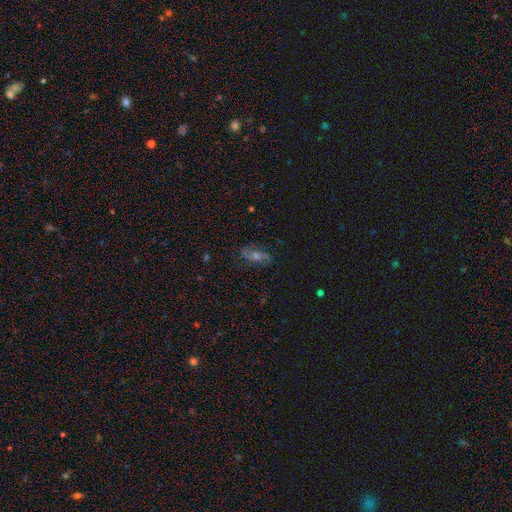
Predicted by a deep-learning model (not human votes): The model was most divided on "bar": no: 47%, weak: 37%, strong: 16%. More confident: edge-on disk — no (86%); spiral arms — yes (85%); merging — none (81%); smooth or featured — featured or disk (60%); bulge size — moderate (57%).